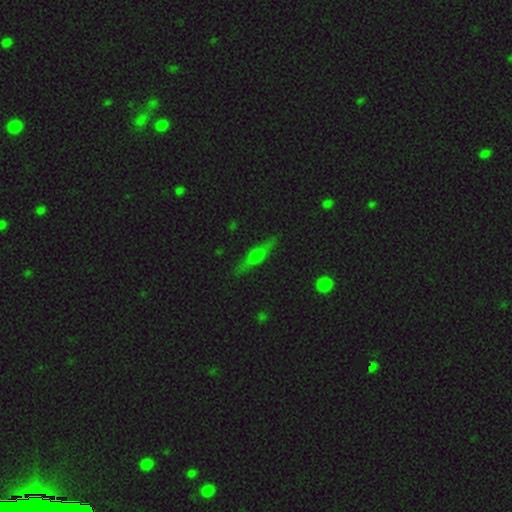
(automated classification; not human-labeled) The model was most divided on "smooth or featured": featured or disk: 52%, smooth: 36%, star or artifact: 11%. More confident: edge-on disk — yes (90%); merging — none (86%).